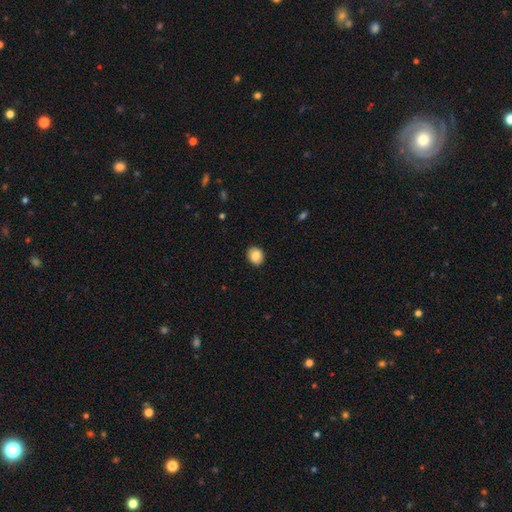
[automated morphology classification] Smooth or featured? smooth (86%)
How rounded? round (62%)
Merging? none (89%)